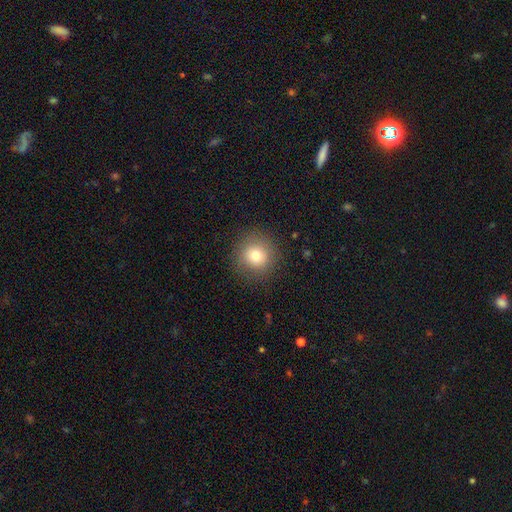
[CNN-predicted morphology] smooth-or-featured: smooth: 76% | star or artifact: 13% | featured or disk: 11%
  how-rounded: round: 93% | in between: 6% | cigar-shaped: 1%
  merging: none: 88% | minor disturbance: 8% | major disturbance: 3% | merger: 1%